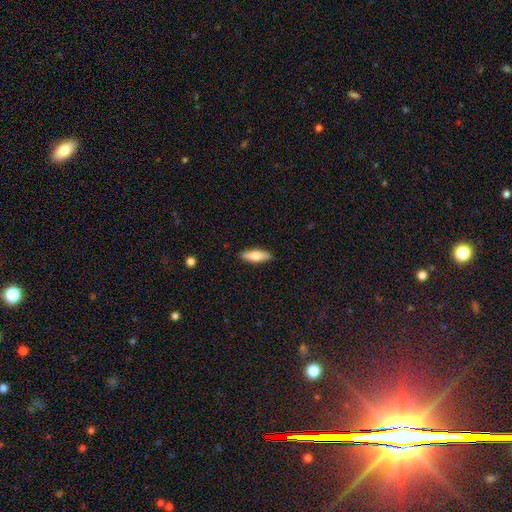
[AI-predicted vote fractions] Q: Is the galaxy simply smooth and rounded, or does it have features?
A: smooth — 75%.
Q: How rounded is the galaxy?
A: in between — 54%.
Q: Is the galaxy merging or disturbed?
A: none — 89%.